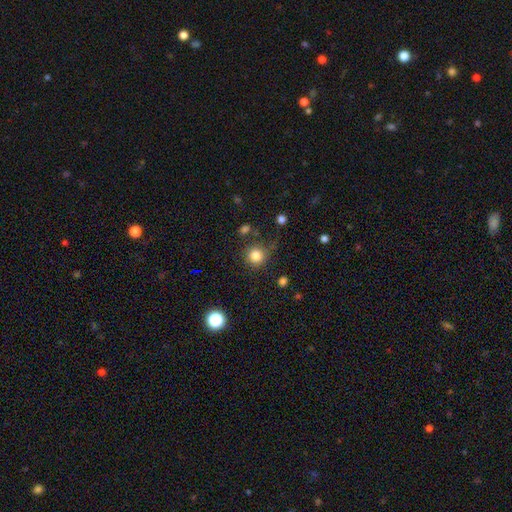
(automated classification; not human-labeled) This is clearly a smooth galaxy (82%). How rounded: clearly round (93%). Merging: likely none (80%).